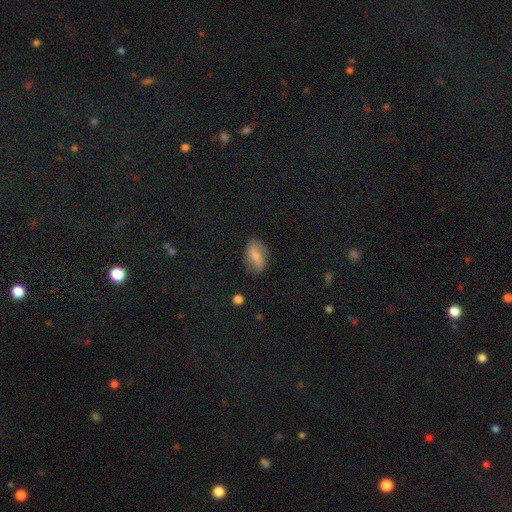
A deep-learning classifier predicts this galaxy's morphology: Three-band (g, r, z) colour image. It shows a smooth galaxy with no disk features (63%) that is in between round and cigar-shaped (86%). Merging: none (80%).